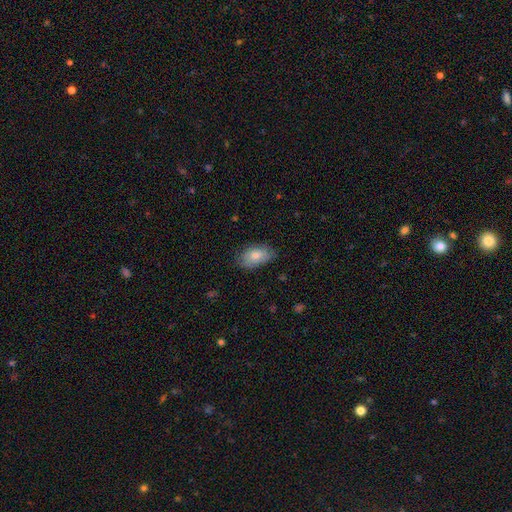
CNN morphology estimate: Q: Smooth or featured?
A: smooth (79%); runner-up: featured or disk (14%)
Q: How rounded?
A: in between (93%); runner-up: round (5%)
Q: Merging?
A: none (72%); runner-up: minor disturbance (22%)